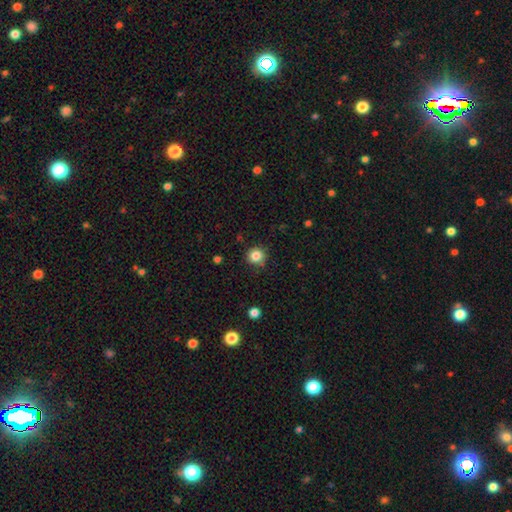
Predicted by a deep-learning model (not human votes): This appears to be a smooth galaxy with no disk features (83%) that is round (92%). Merging: none (85%).